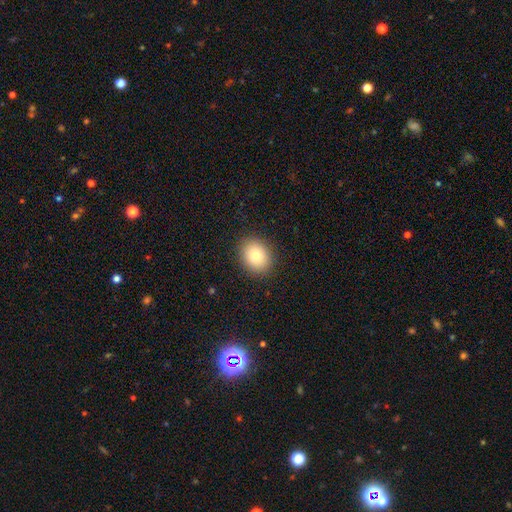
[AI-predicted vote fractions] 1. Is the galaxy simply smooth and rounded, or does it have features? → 80% smooth, 10% featured or disk, 10% star or artifact.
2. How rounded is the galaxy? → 56% round, 43% in between, 1% cigar-shaped.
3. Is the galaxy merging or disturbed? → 90% none, 7% minor disturbance, 2% major disturbance, 1% merger.